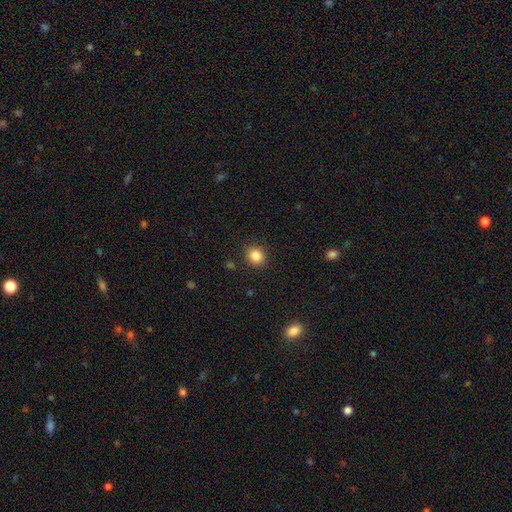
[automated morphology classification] Smooth or featured? Predicted: smooth (p=0.85). How rounded? Predicted: round (p=0.75). Merging? Predicted: none (p=0.90).